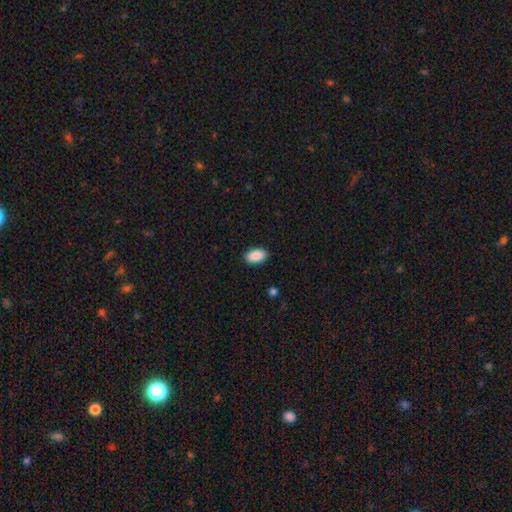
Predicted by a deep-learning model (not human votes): smooth 90%, star or artifact 7%, featured or disk 3%. Down the decision tree: how rounded — in between (94%); merging — none (90%).